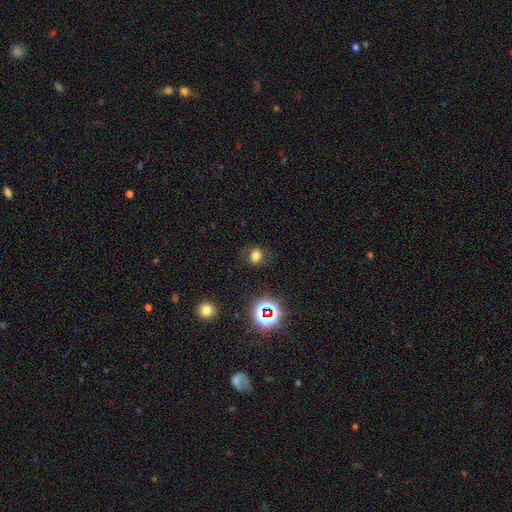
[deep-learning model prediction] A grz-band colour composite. It shows a smooth galaxy with no disk features (65%) that is in between round and cigar-shaped (50%). Merging: none (78%).